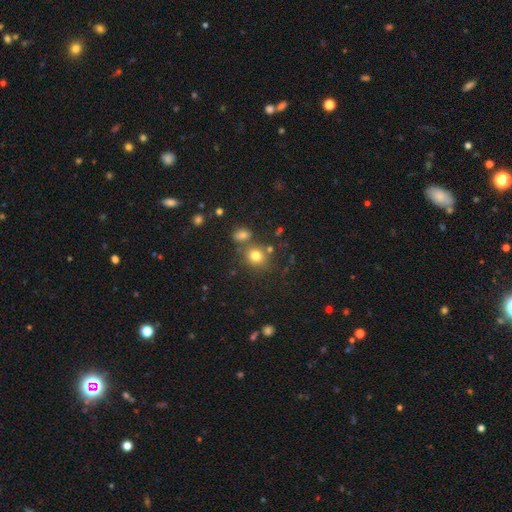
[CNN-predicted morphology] Smooth or featured? Predicted: smooth (p=0.77). How rounded? Predicted: round (p=0.77). Merging? Predicted: none (p=0.66).